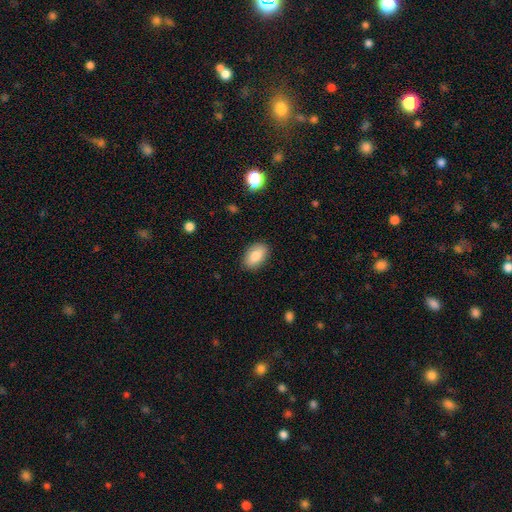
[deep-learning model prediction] This appears to be a smooth galaxy with no disk features (83%) that is in between round and cigar-shaped (91%). Merging: none (87%).